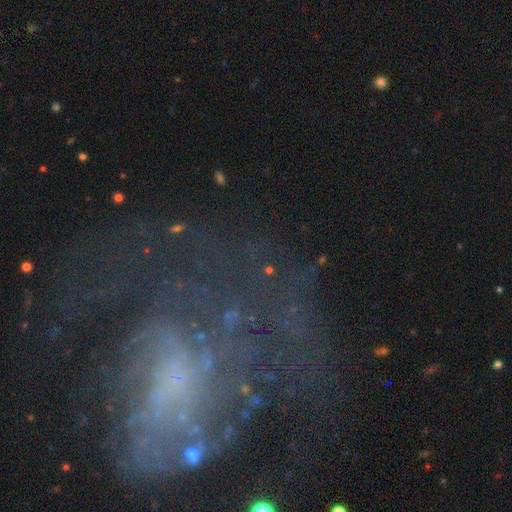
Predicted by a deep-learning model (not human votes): This appears to be a featured or disk galaxy (65%) with no bar (72%), spiral arms (58%) and no central bulge (53%). Merging: none (42%).